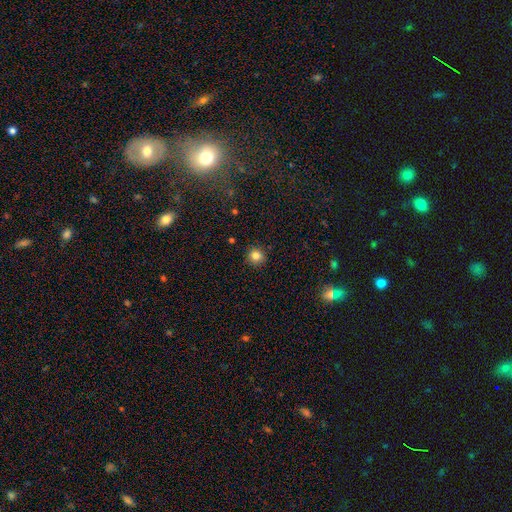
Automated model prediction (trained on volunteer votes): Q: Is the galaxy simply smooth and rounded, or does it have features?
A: smooth — 82%.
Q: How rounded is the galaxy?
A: round — 91%.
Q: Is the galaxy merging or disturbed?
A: none — 90%.